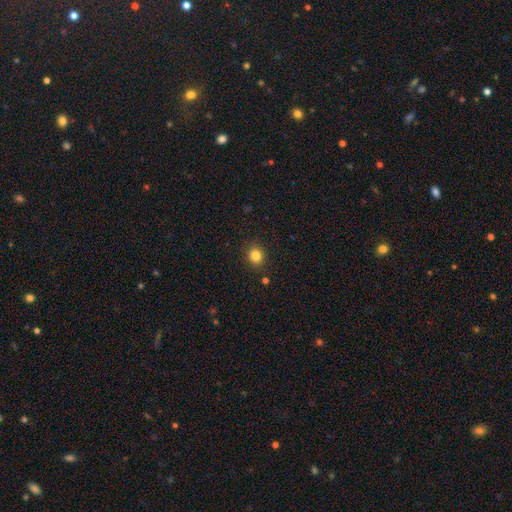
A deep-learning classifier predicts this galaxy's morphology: smooth-or-featured: smooth: 83% | star or artifact: 12% | featured or disk: 5%
  how-rounded: round: 74% | in between: 26% | cigar-shaped: 1%
  merging: none: 89% | minor disturbance: 8% | major disturbance: 2% | merger: 2%